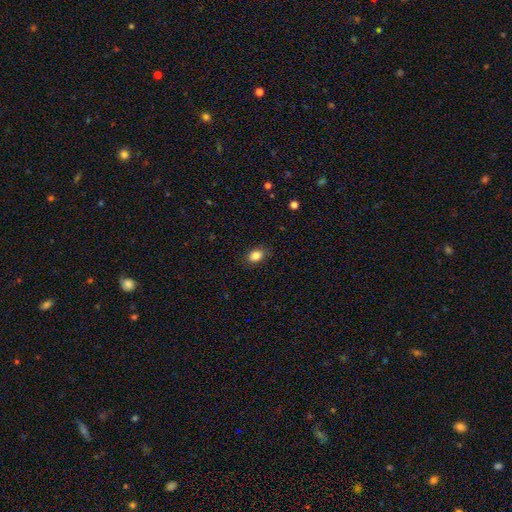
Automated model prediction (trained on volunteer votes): Morphology: type=smooth (85%); roundness=in between (66%); merging=none (85%).